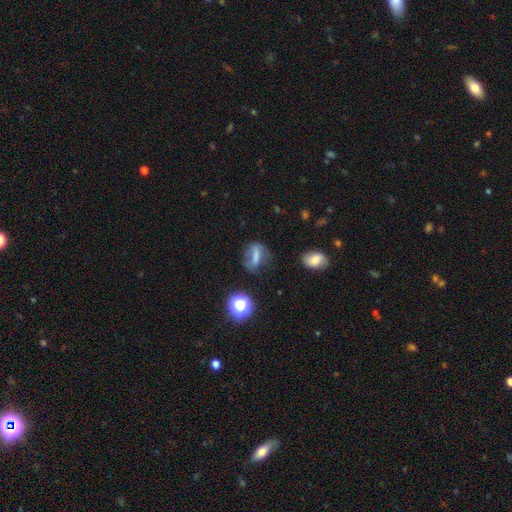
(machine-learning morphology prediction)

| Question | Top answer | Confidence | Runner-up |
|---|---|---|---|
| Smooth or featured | smooth | 54% | featured or disk (31%) |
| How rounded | in between | 57% | cigar-shaped (22%) |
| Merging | none | 57% | minor disturbance (24%) |